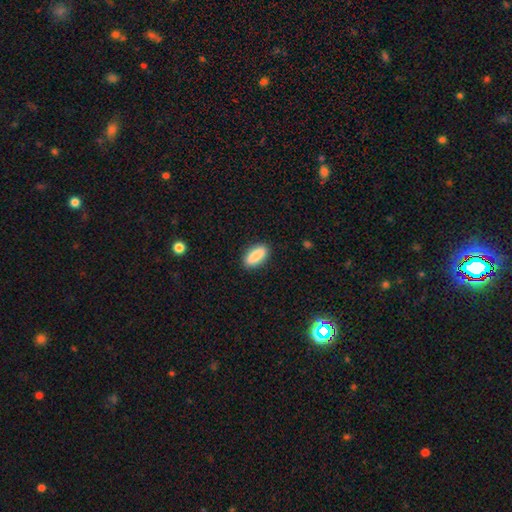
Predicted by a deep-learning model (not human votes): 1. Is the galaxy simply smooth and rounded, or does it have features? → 88% smooth, 6% star or artifact, 6% featured or disk.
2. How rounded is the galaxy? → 81% in between, 16% cigar-shaped, 3% round.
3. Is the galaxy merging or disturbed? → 89% none, 8% minor disturbance, 2% major disturbance, 1% merger.